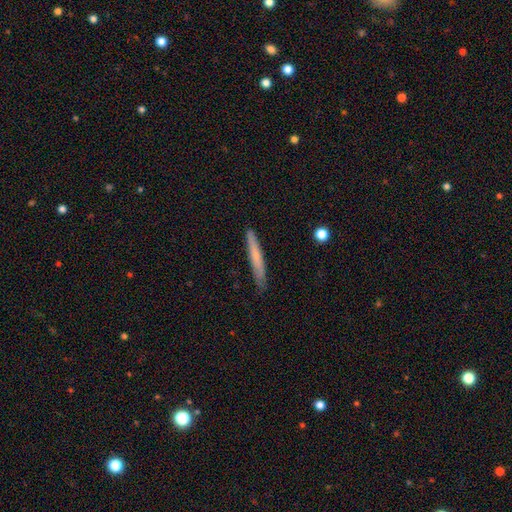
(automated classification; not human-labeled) smooth 59%, featured or disk 35%, star or artifact 6%. Down the decision tree: how rounded — cigar-shaped (95%); merging — none (84%).